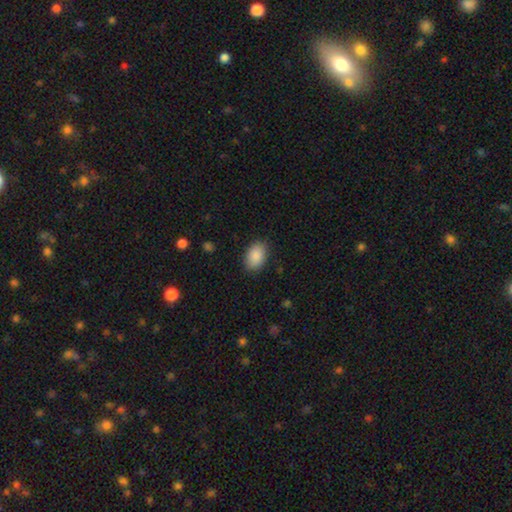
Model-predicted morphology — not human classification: Smooth or featured? Predicted: smooth (p=0.89). How rounded? Predicted: in between (p=0.89). Merging? Predicted: none (p=0.86).